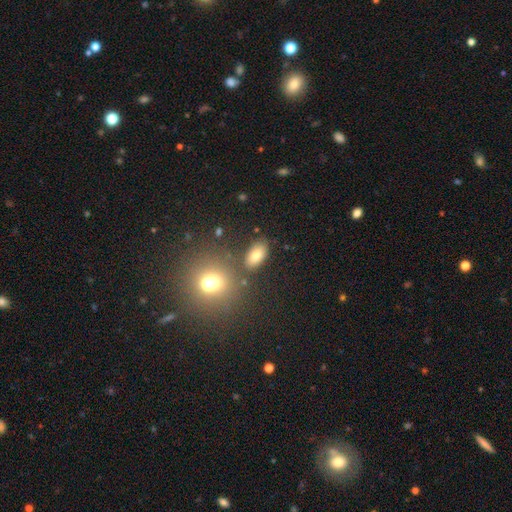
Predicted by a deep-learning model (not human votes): Morphology: type=smooth (74%); roundness=in between (87%); merging=none (79%).